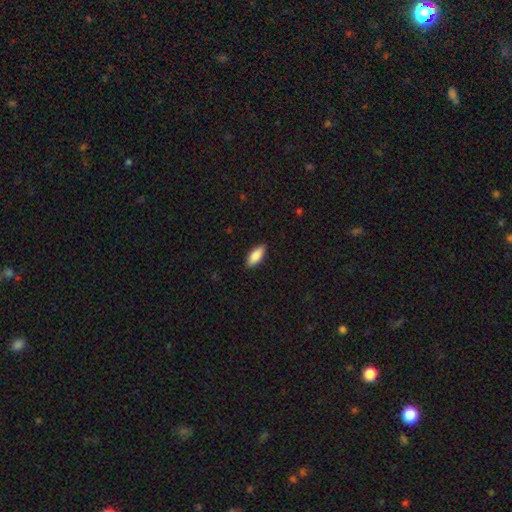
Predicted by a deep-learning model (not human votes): This is clearly a smooth galaxy (86%). How rounded: clearly in between (81%). Merging: clearly none (88%).